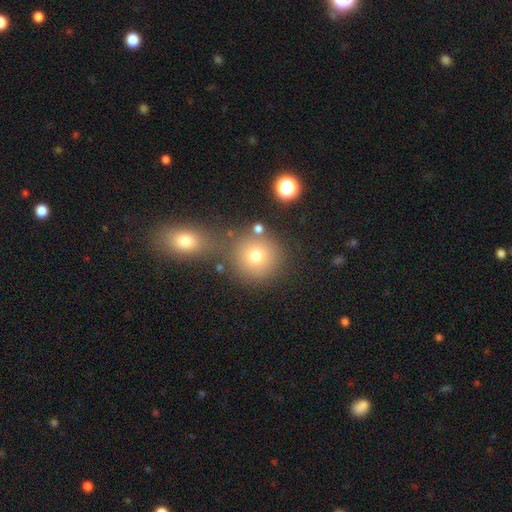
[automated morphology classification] Overall: smooth (73%). How rounded: round (91%). Merging: none (68%).